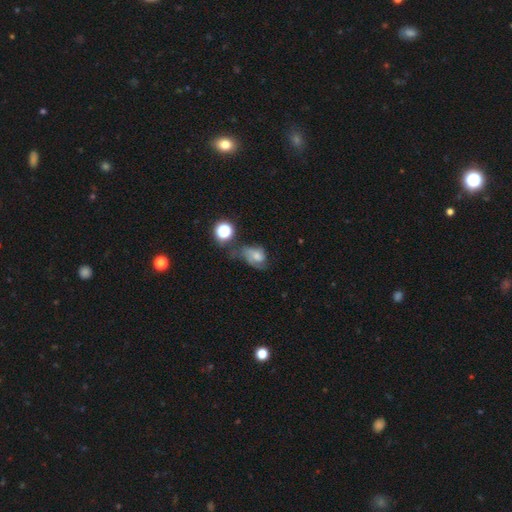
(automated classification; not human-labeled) The model was most divided on "bulge size" (2-way tie): moderate: 33%, small: 33%, none: 22%, large: 10%, dominant: 3%. Remaining: edge-on disk — no (97%); spiral arms — yes (83%); bar — no (60%); smooth or featured — featured or disk (56%); merging — major disturbance (33%).